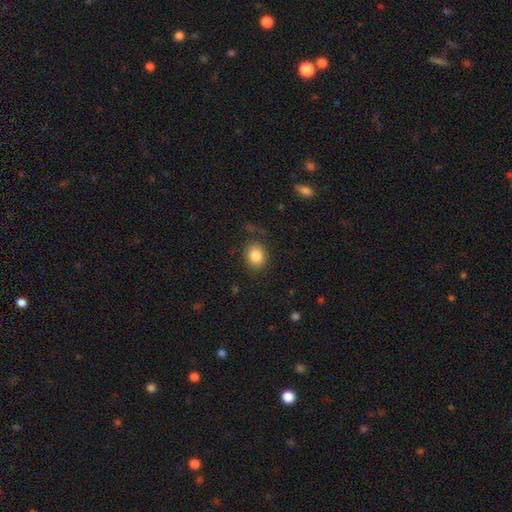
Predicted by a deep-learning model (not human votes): Smooth or featured?
  - smooth: 85% *
  - star or artifact: 9%
  - featured or disk: 6%
How rounded?
  - round: 56% *
  - in between: 43%
  - cigar-shaped: 1%
Merging?
  - none: 79% *
  - minor disturbance: 14%
  - major disturbance: 6%
  - merger: 2%